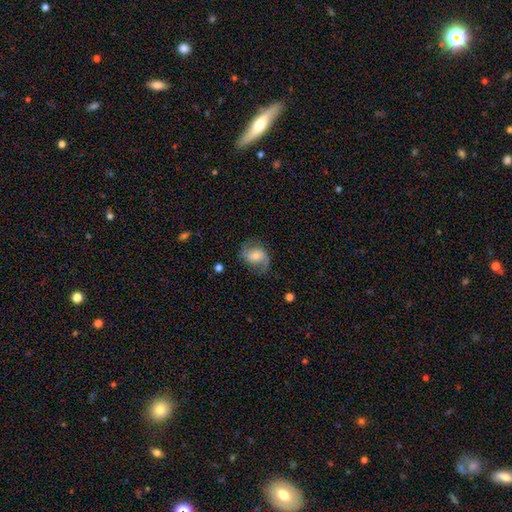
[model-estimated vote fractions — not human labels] Morphology: type=featured or disk (65%); edge-on=no (97%); bar=no (48%); spiral arms=yes (90%); winding=medium (45%); arm count=2 (86%); bulge=moderate (43%); merging=none (68%).